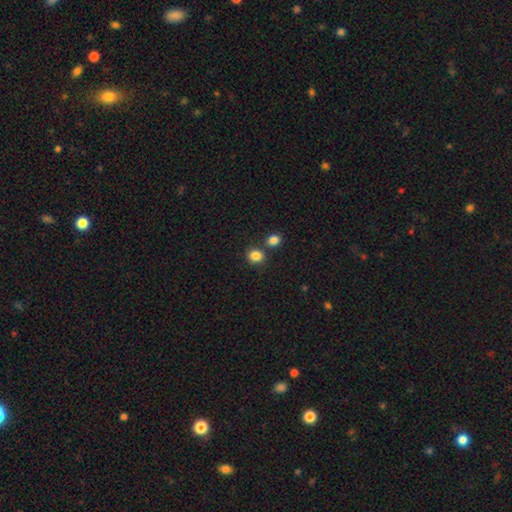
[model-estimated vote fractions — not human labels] The model was most divided on "how rounded": round: 69%, in between: 30%, cigar-shaped: 1%. More confident: smooth or featured — smooth (85%); merging — none (71%).